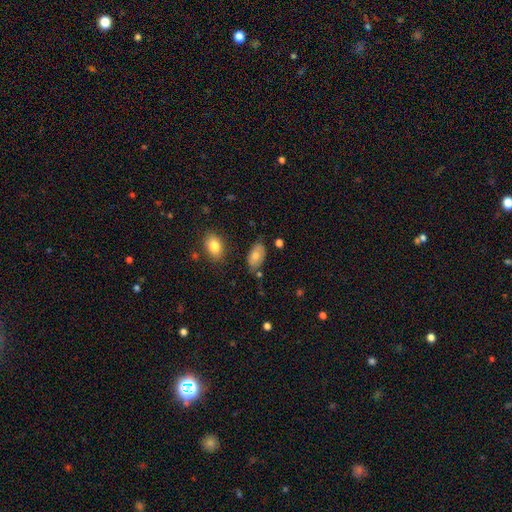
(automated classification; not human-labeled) This is likely a smooth galaxy (74%). How rounded: clearly in between (94%). Merging: likely none (69%).